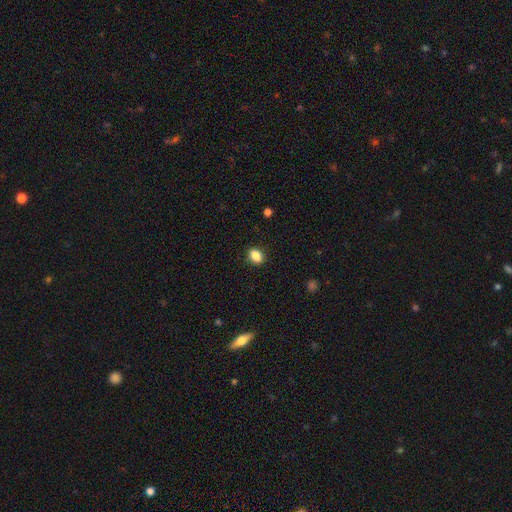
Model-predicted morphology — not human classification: A smooth galaxy with no disk features (86%) that is in between round and cigar-shaped (73%).

Vote fractions:
- Smooth or featured? smooth: 86% / star or artifact: 9% / featured or disk: 4%
- How rounded? in between: 73% / round: 25% / cigar-shaped: 2%
- Merging? none: 87% / minor disturbance: 9% / major disturbance: 2% / merger: 1%